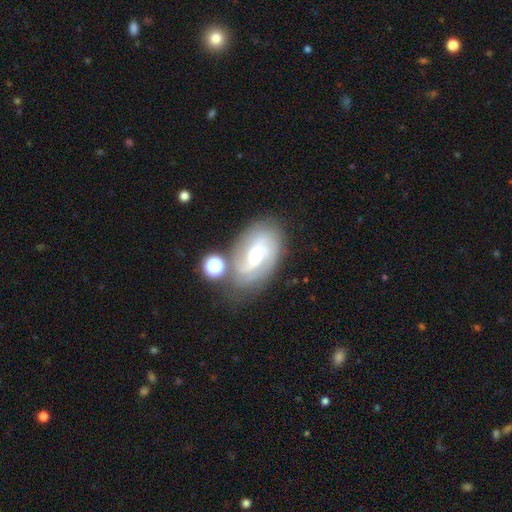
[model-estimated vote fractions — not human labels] smooth-or-featured: featured or disk: 80% | smooth: 12% | star or artifact: 7%
  disk-edge-on: no: 95% | yes: 5%
    bar: no: 49% | weak: 39% | strong: 12%
    has-spiral-arms: yes: 94% | no: 6%
      spiral-winding: medium: 44% | tight: 36% | loose: 20%
      spiral-arm-count: 2: 53% | can't tell: 18% | 3: 18% | 4: 4% | 1: 4% | more than 4: 3%
    bulge-size: small: 52% | moderate: 44% | large: 2% | none: 1% | dominant: 1%
  merging: none: 66% | minor disturbance: 18% | merger: 9% | major disturbance: 7%